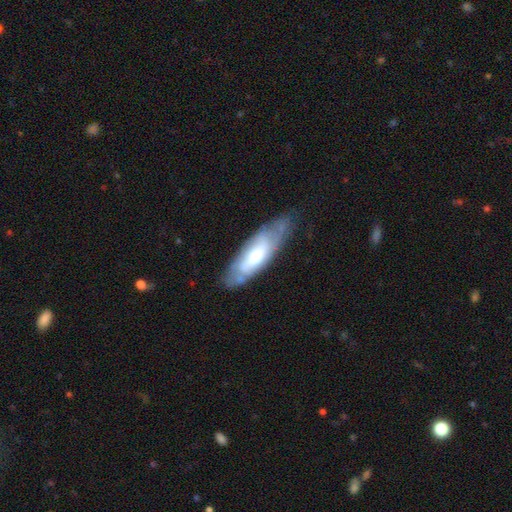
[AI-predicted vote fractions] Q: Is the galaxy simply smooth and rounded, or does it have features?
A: featured or disk — 55%.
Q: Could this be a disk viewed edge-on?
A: no — 73%.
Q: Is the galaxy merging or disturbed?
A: none — 63%.